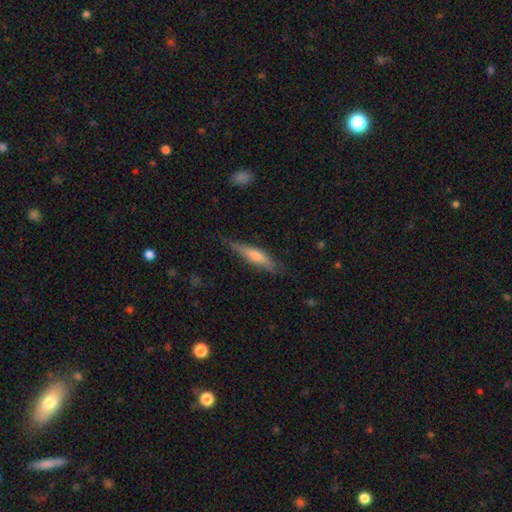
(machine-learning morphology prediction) Smooth or featured? Predicted: smooth (p=0.49). Merging? Predicted: none (p=0.75).